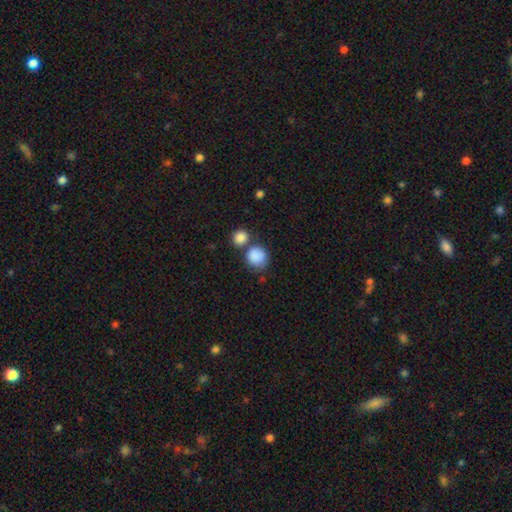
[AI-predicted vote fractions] This is clearly a smooth galaxy (88%). How rounded: clearly round (85%). Merging: possibly none (56%).